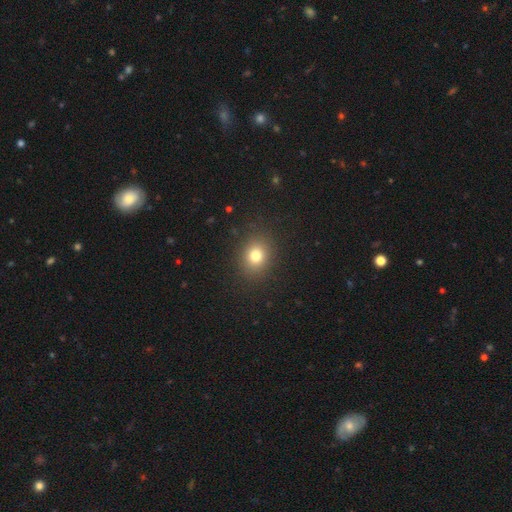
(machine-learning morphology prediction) smooth 78%, star or artifact 14%, featured or disk 8%. Down the decision tree: how rounded — round (63%); merging — none (88%).